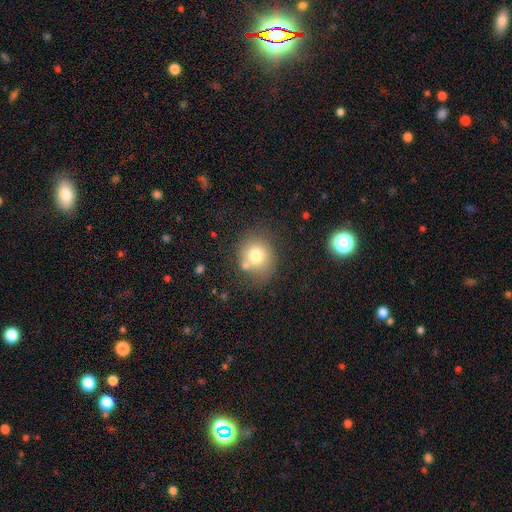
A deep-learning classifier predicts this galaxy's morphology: Smooth or featured? Predicted: smooth (p=0.73). How rounded? Predicted: round (p=0.73). Merging? Predicted: none (p=0.62).